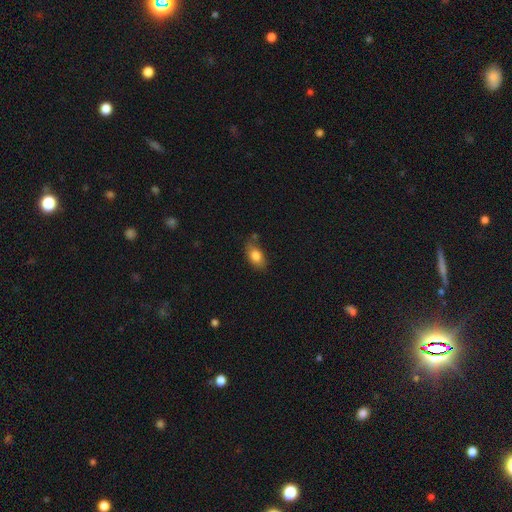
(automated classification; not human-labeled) Q: Smooth or featured?
A: smooth (82%); runner-up: featured or disk (10%)
Q: How rounded?
A: in between (88%); runner-up: round (9%)
Q: Merging?
A: none (70%); runner-up: minor disturbance (21%)